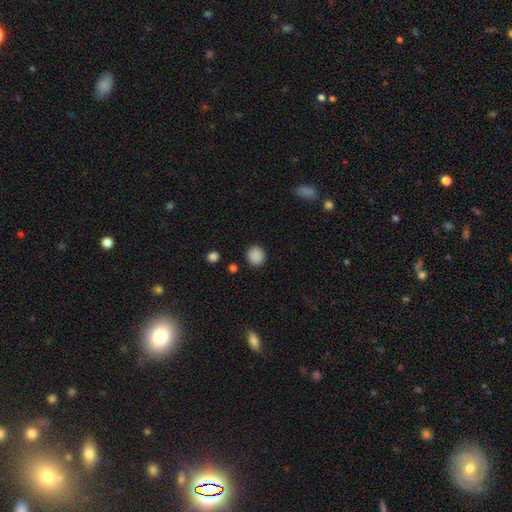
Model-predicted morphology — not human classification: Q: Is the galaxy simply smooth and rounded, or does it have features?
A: smooth — 88%.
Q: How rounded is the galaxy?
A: round — 88%.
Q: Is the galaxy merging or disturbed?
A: none — 89%.